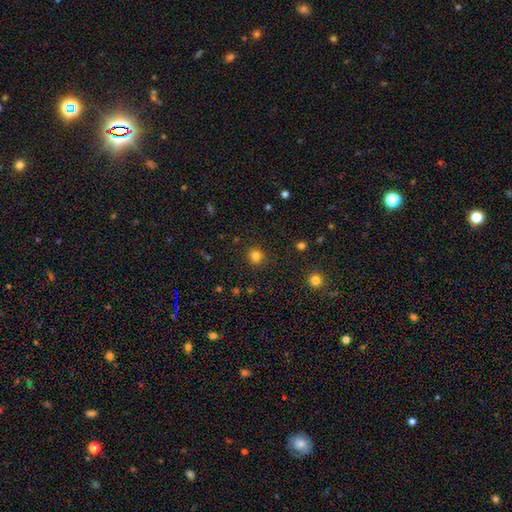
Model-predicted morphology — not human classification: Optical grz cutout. It shows a smooth galaxy with no disk features (81%) that is round (80%). Merging: none (83%).